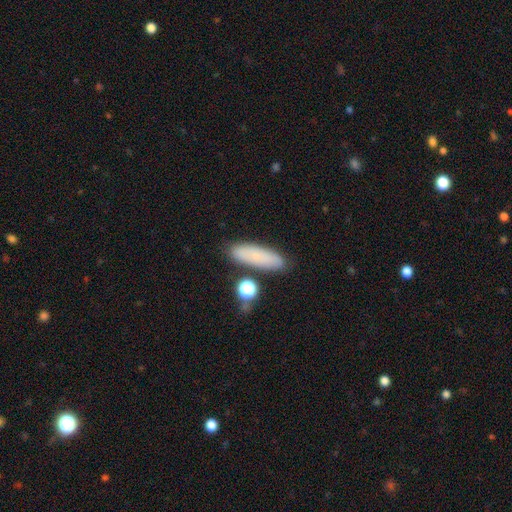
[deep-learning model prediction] smooth_or_featured: smooth (p=0.77) [alt: featured or disk p=0.13]
how_rounded: cigar-shaped (p=0.57) [alt: in between p=0.39]
merging: none (p=0.80) [alt: minor disturbance p=0.11]